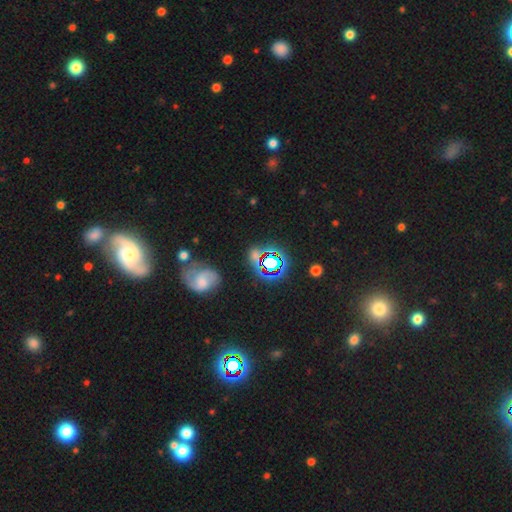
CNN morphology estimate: Smooth or featured?
  - star or artifact: 51% *
  - smooth: 32%
  - featured or disk: 17%